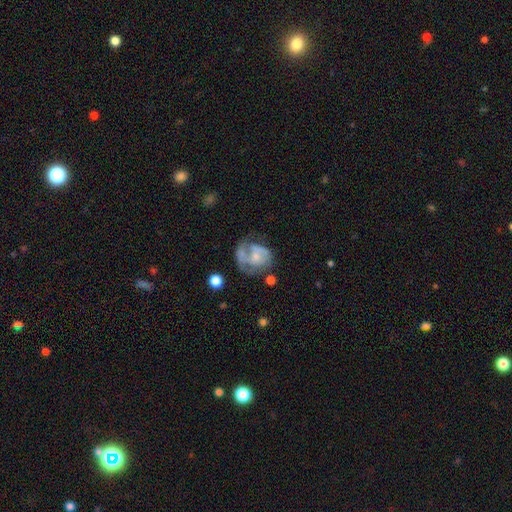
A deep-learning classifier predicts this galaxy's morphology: featured or disk 61%, smooth 31%, star or artifact 8%. Down the decision tree: edge-on disk — no (98%); bar — no (75%); spiral arms — yes (66%); bulge size — small (52%); merging — none (30%).